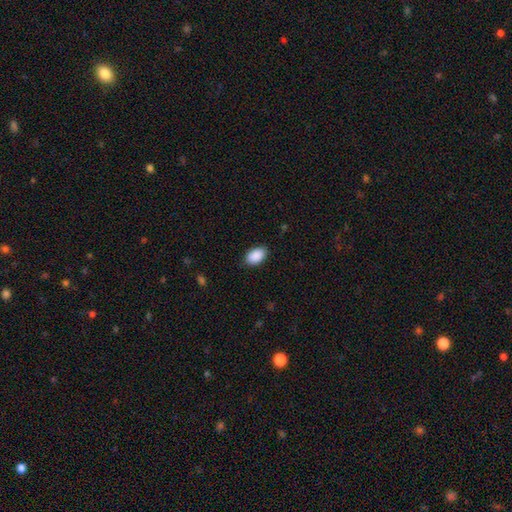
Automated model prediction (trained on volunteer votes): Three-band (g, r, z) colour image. It shows a smooth galaxy with no disk features (91%) that is in between round and cigar-shaped (92%). Merging: none (86%).